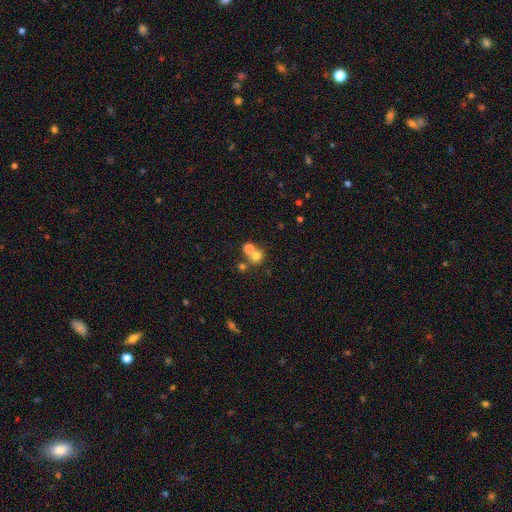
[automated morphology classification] Smooth or featured: smooth — 71% (star or artifact — 15%)
How rounded: round — 80% (in between — 19%)
Merging: merger — 52% (none — 39%)